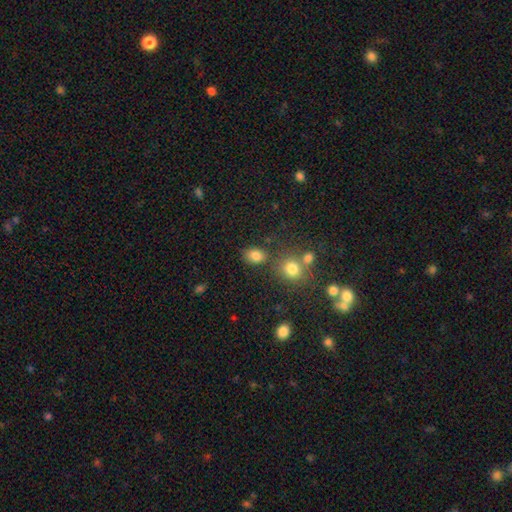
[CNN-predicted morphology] Smooth or featured? Predicted: smooth (p=0.81). How rounded? Predicted: in between (p=0.65). Merging? Predicted: none (p=0.73).